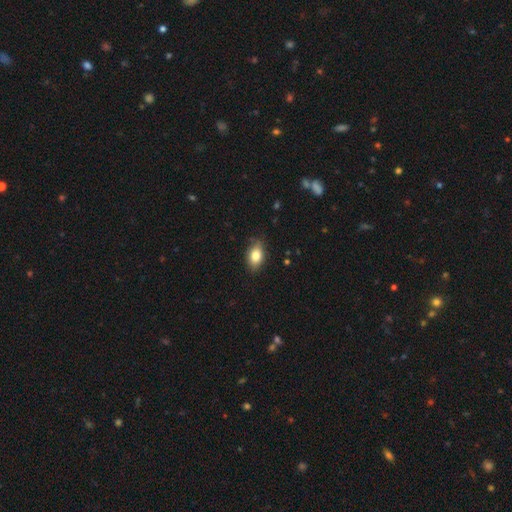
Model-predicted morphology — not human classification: This is clearly a smooth galaxy (80%). How rounded: clearly in between (88%). Merging: likely none (79%).